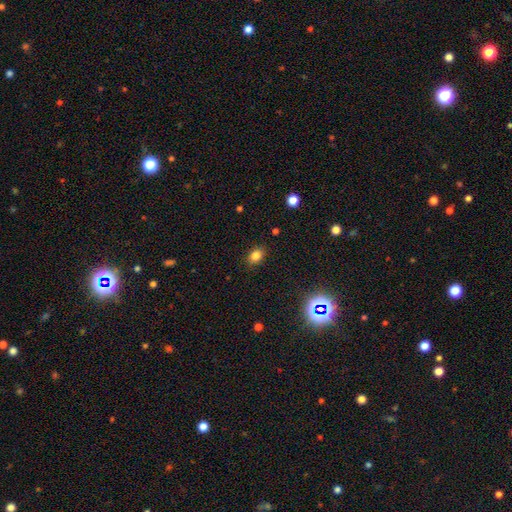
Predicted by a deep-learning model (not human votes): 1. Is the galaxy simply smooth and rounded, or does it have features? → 81% smooth, 13% star or artifact, 6% featured or disk.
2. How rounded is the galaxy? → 72% in between, 27% round, 1% cigar-shaped.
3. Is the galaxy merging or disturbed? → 87% none, 9% minor disturbance, 2% major disturbance, 1% merger.